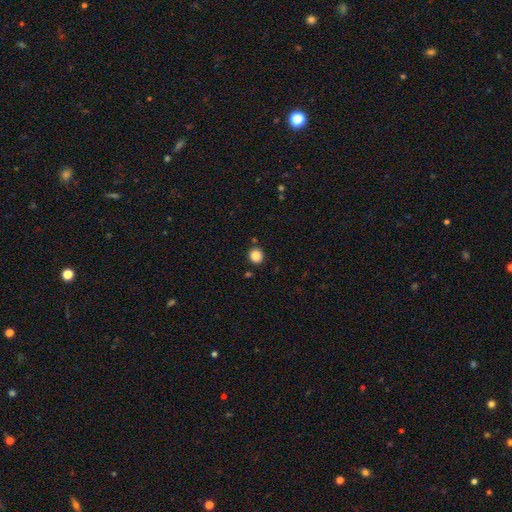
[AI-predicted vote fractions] Morphology: type=smooth (87%); roundness=round (89%); merging=none (88%).